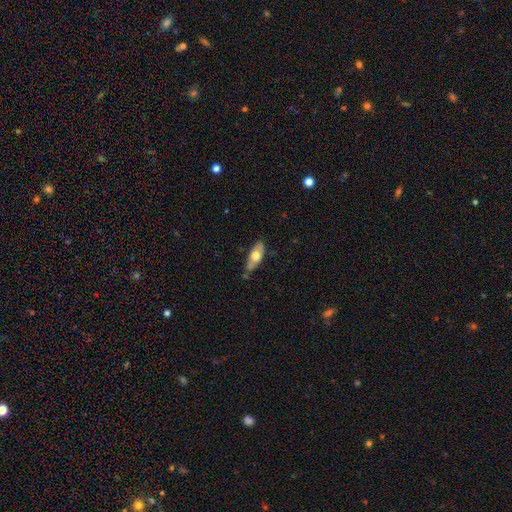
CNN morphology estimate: smooth-or-featured: smooth: 57% | featured or disk: 38% | star or artifact: 6%
  how-rounded: in between: 73% | cigar-shaped: 24% | round: 3%
  merging: none: 69% | minor disturbance: 23% | merger: 4% | major disturbance: 4%